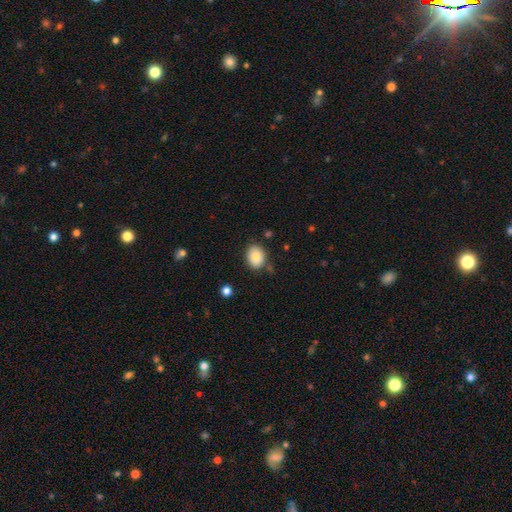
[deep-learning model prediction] Q: Smooth or featured?
A: smooth (86%); runner-up: star or artifact (8%)
Q: How rounded?
A: in between (64%); runner-up: round (35%)
Q: Merging?
A: none (78%); runner-up: minor disturbance (15%)